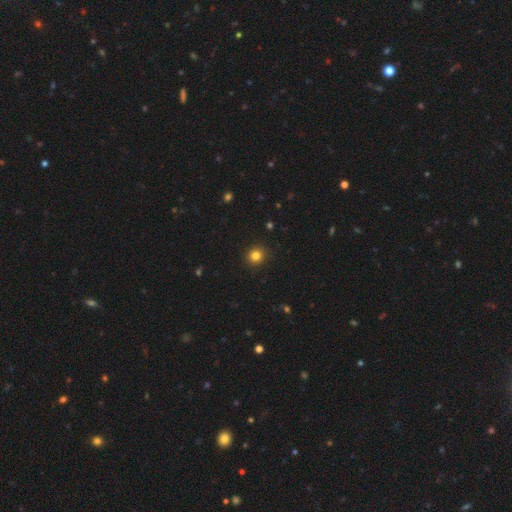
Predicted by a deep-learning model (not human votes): Smooth or featured? Predicted: smooth (p=0.82). How rounded? Predicted: round (p=0.89). Merging? Predicted: none (p=0.92).